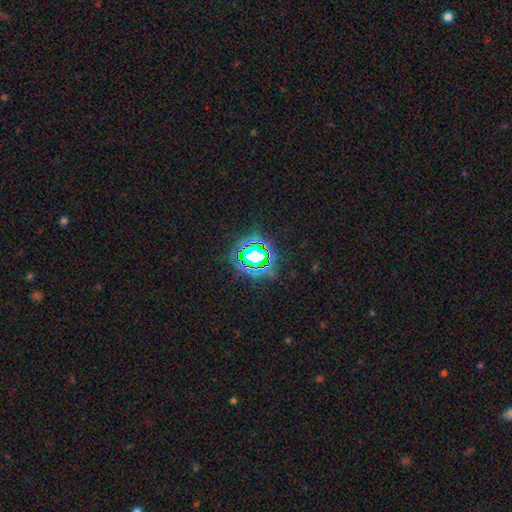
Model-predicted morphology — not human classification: Smooth or featured? star or artifact (72%)